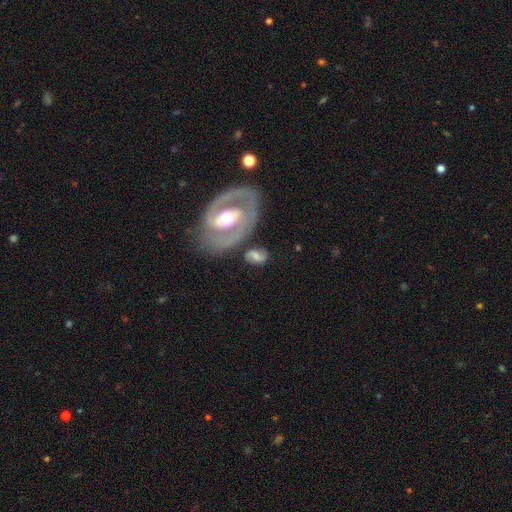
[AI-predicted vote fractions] Smooth or featured? featured or disk (55%)
Edge-on disk? no (93%)
Bar? weak (39%)
Spiral arms? yes (69%)
Bulge size? moderate (69%)
Merging? none (60%)